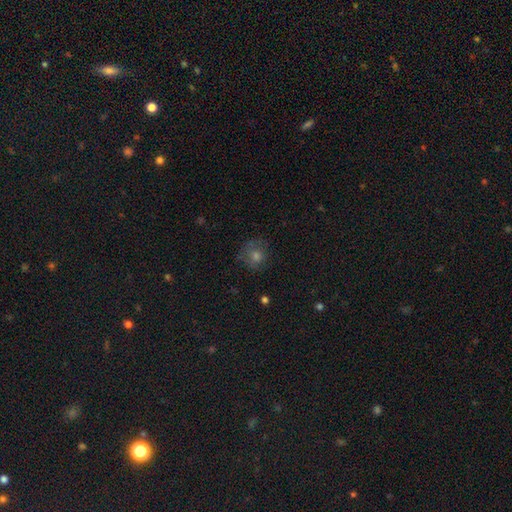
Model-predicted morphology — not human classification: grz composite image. It shows a smooth galaxy with no disk features (59%) that is round (85%). Merging: none (72%).